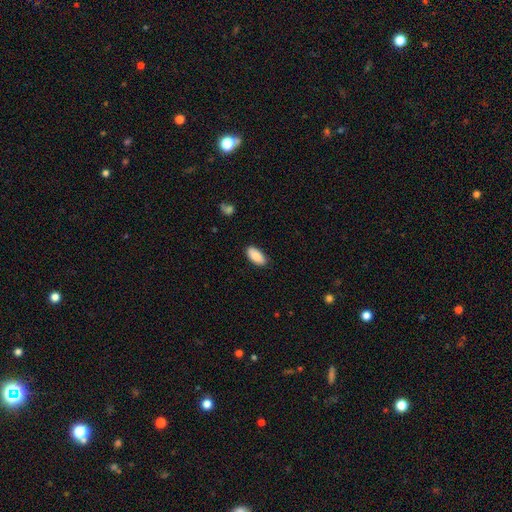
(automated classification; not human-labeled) A smooth galaxy with no disk features (89%) that is in between round and cigar-shaped (93%). Merging: none (87%).